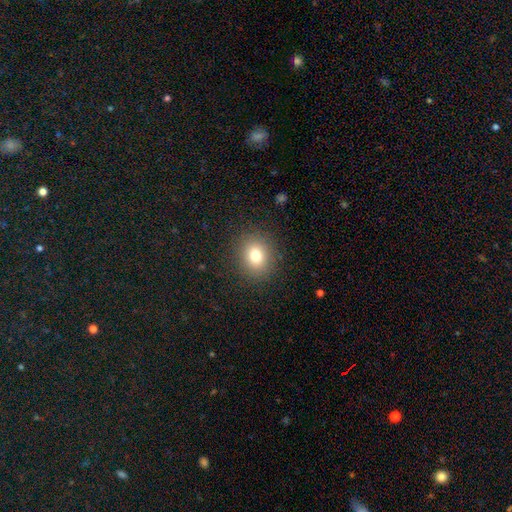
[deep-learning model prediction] Smooth or featured? smooth (78%)
How rounded? round (70%)
Merging? none (89%)